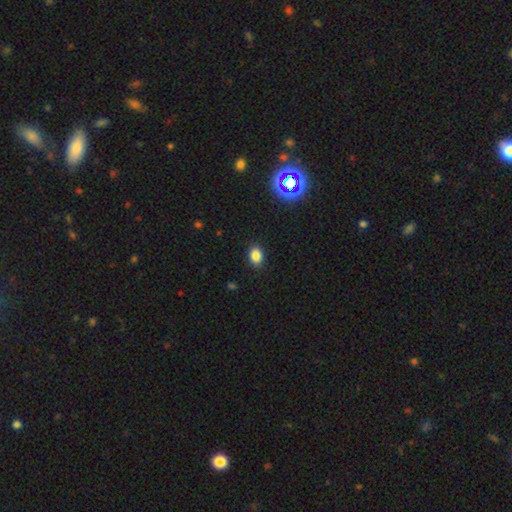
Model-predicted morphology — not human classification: This appears to be a smooth galaxy with no disk features (83%) that is in between round and cigar-shaped (68%). Merging: none (89%).